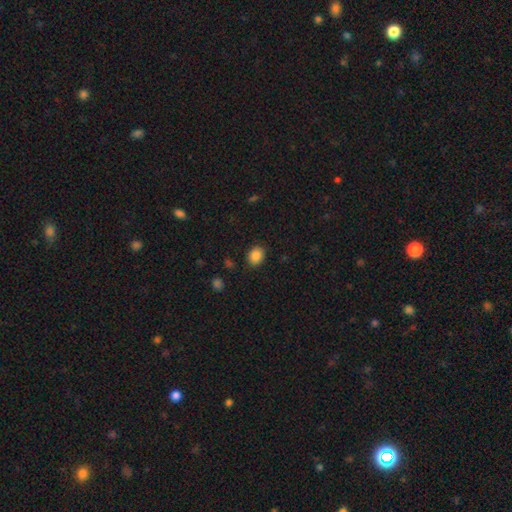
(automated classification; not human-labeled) Smooth or featured: smooth — 87% (star or artifact — 9%)
How rounded: round — 62% (in between — 37%)
Merging: none — 87% (minor disturbance — 8%)